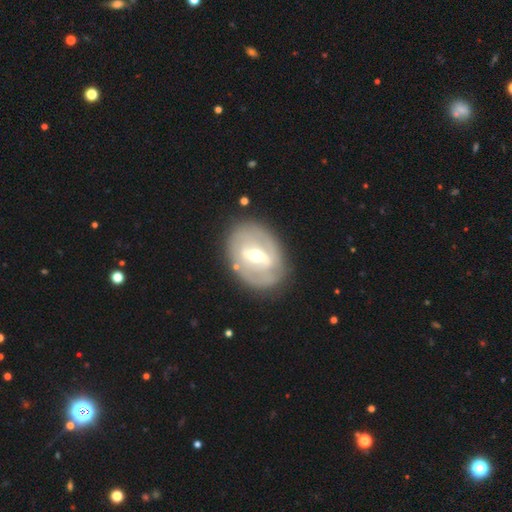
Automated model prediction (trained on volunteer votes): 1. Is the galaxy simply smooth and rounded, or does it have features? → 74% featured or disk, 20% smooth, 6% star or artifact.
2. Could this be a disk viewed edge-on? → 94% no, 6% yes.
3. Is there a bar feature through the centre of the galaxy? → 53% strong, 35% weak, 12% no.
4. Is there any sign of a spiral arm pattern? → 50% no (tied), 50% yes (tied).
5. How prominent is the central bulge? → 63% moderate, 29% small, 5% large, 1% none, 1% dominant.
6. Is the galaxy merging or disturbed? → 79% none, 13% minor disturbance, 5% major disturbance, 2% merger.